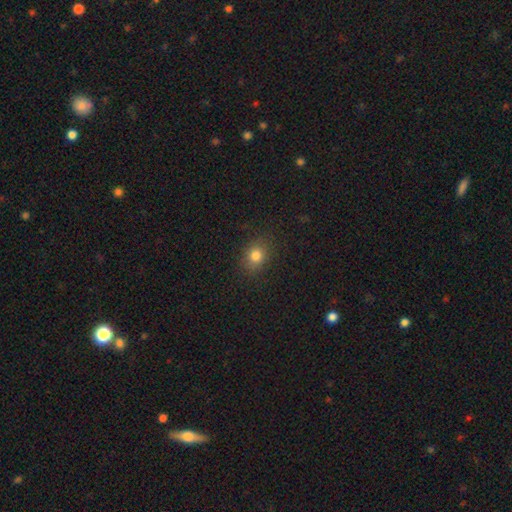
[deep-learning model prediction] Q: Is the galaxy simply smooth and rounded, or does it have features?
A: smooth — 80%.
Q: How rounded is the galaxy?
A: round — 52%.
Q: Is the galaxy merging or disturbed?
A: none — 86%.